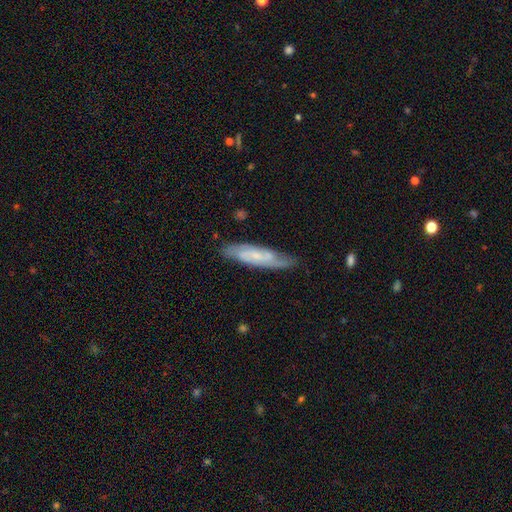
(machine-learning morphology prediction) The model was most divided on "smooth or featured": featured or disk: 62%, smooth: 31%, star or artifact: 6%. More confident: merging — none (76%); edge-on disk — no (66%).